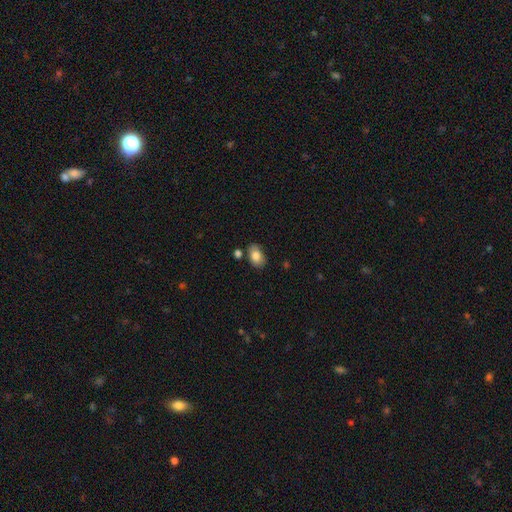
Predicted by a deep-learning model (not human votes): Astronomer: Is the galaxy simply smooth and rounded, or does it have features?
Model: smooth — 84%.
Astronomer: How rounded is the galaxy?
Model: in between — 89%.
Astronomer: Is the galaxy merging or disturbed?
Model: none — 77%.